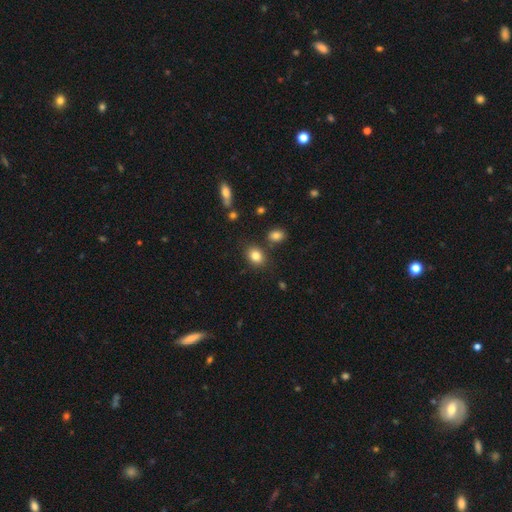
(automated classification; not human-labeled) Morphology: type=smooth (83%); roundness=in between (60%); merging=none (79%).